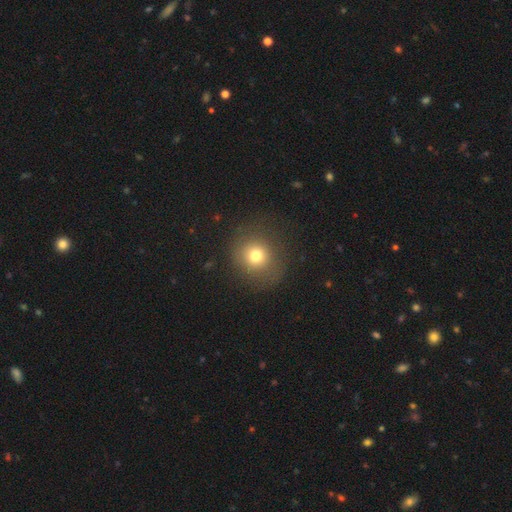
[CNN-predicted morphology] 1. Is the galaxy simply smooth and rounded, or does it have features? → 74% smooth, 14% star or artifact, 11% featured or disk.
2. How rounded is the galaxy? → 87% round, 13% in between, 1% cigar-shaped.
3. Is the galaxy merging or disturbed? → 80% none, 11% minor disturbance, 7% major disturbance, 1% merger.